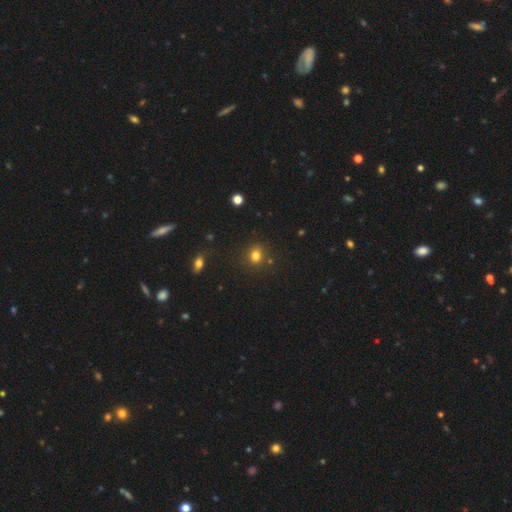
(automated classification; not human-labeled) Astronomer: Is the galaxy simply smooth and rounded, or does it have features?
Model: smooth — 78%.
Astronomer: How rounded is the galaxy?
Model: round — 67%.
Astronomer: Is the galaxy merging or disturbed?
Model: none — 80%.